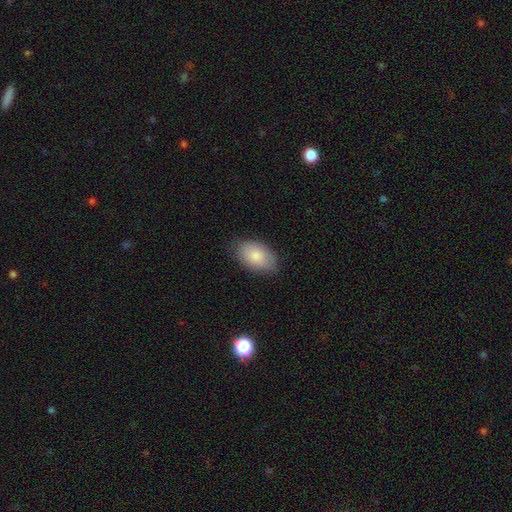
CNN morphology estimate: Smooth or featured: smooth — 84% (featured or disk — 10%)
How rounded: in between — 93% (round — 6%)
Merging: none — 81% (minor disturbance — 15%)